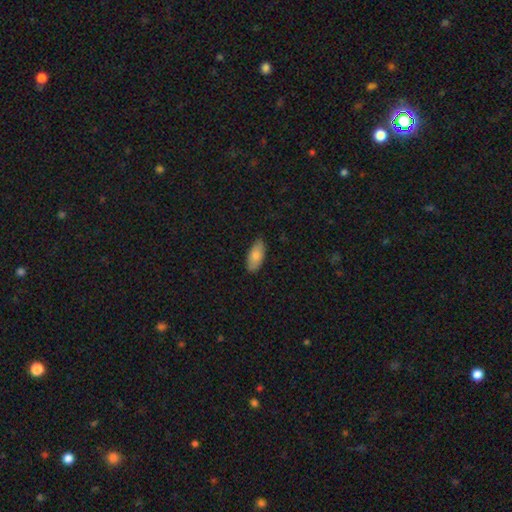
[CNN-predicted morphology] This is clearly a smooth galaxy (81%). How rounded: clearly in between (89%). Merging: clearly none (85%).